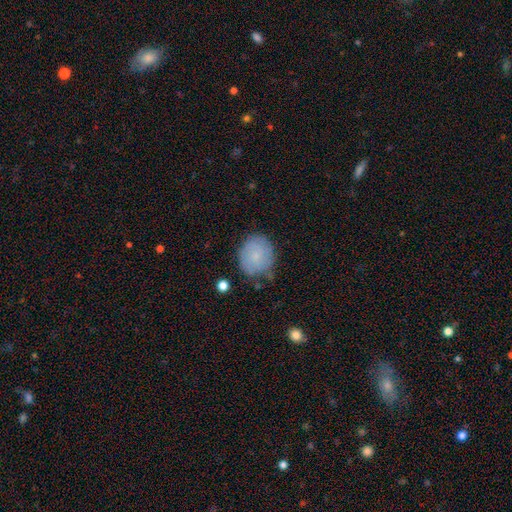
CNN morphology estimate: Smooth or featured: smooth — 78% (featured or disk — 15%)
How rounded: round — 77% (in between — 22%)
Merging: none — 69% (minor disturbance — 23%)